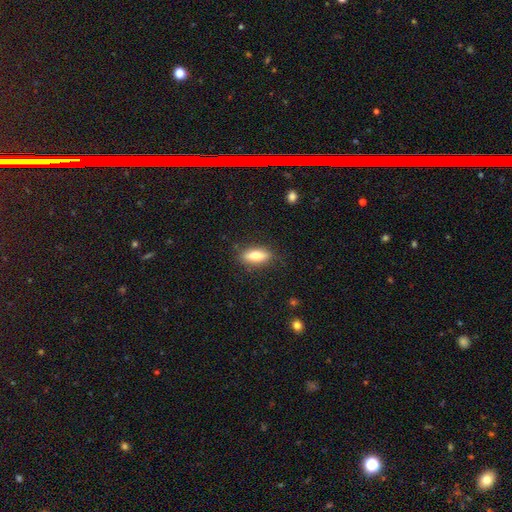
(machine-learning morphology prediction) A smooth galaxy with no disk features (69%) that is in between round and cigar-shaped (62%).

Vote fractions:
- Smooth or featured? smooth: 69% / featured or disk: 24% / star or artifact: 7%
- How rounded? in between: 62% / cigar-shaped: 35% / round: 3%
- Merging? none: 84% / minor disturbance: 12% / major disturbance: 3% / merger: 1%